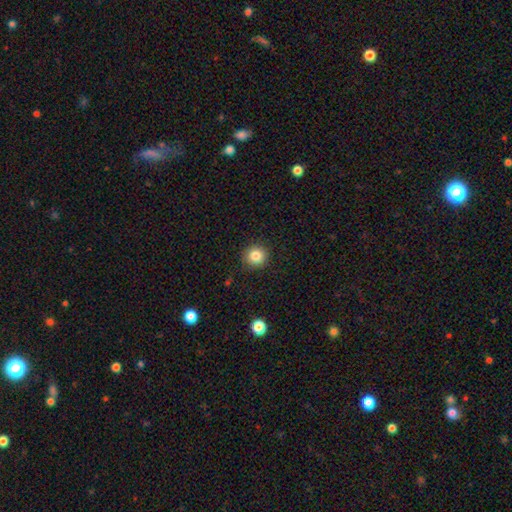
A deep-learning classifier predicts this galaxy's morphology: This is clearly a smooth galaxy (84%). How rounded: clearly round (92%). Merging: clearly none (89%).